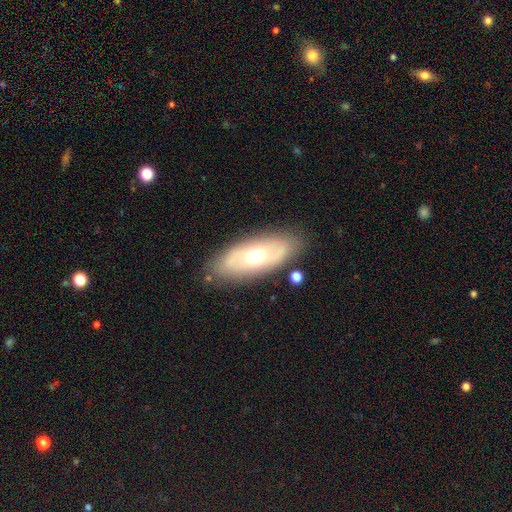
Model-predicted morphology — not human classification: type=smooth (52%); roundness=in between (85%); merging=none (81%).